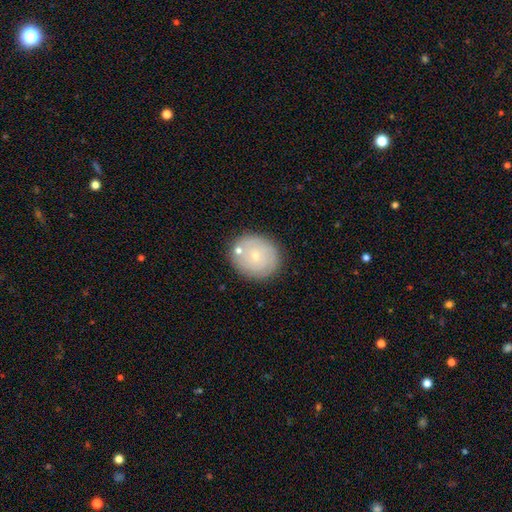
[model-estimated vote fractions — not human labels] Smooth or featured? Predicted: smooth (p=0.47). Merging? Predicted: none (p=0.77).